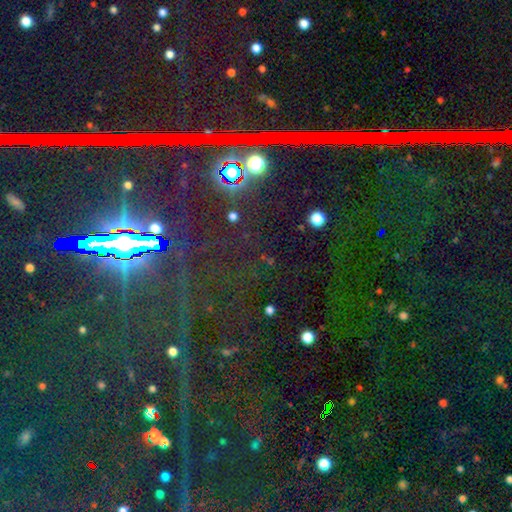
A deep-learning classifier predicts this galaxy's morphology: Smooth or featured?
  - star or artifact: 85% *
  - smooth: 7%
  - featured or disk: 7%